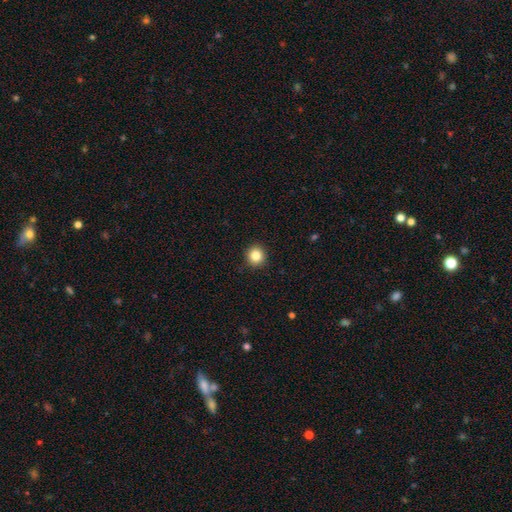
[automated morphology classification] The model was most divided on "smooth or featured": smooth: 84%, star or artifact: 11%, featured or disk: 5%. More confident: merging — none (92%); how rounded — round (90%).